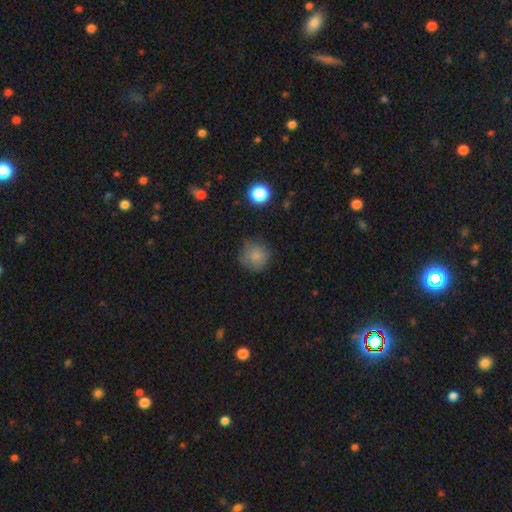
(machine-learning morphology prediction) Smooth or featured? smooth (82%)
How rounded? round (92%)
Merging? none (75%)